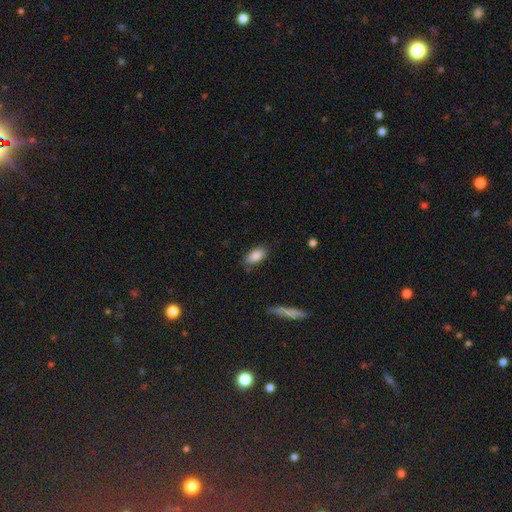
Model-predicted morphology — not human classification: The model was most divided on "merging": none: 78%, minor disturbance: 17%, major disturbance: 4%, merger: 2%. More confident: how rounded — in between (90%); smooth or featured — smooth (86%).